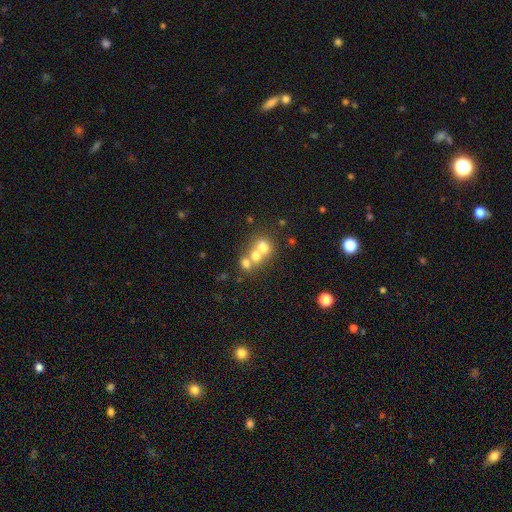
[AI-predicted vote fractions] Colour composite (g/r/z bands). It shows a smooth galaxy with no disk features (63%) that is round (63%). Merging: merger (65%).